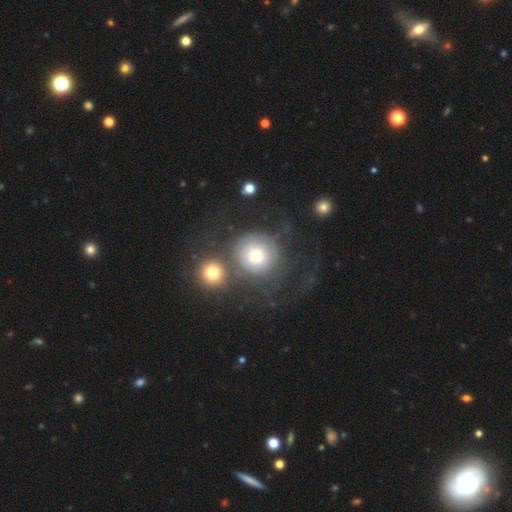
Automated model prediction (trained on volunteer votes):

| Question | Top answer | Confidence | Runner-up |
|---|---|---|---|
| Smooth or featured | featured or disk | 45% | tied: smooth (45%) |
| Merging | none | 51% | merger (22%) |